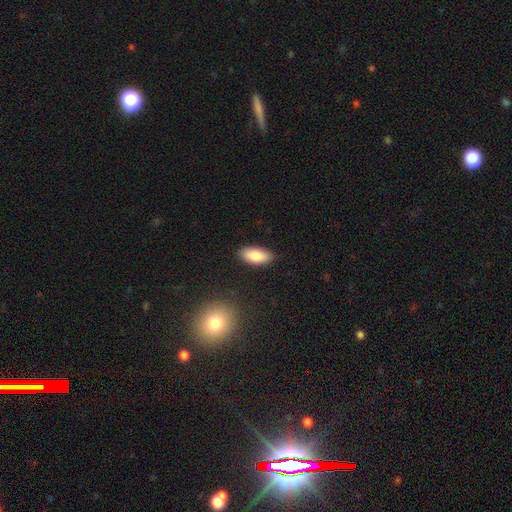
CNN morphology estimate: Overall: smooth (86%). How rounded: in between (90%). Merging: none (87%).